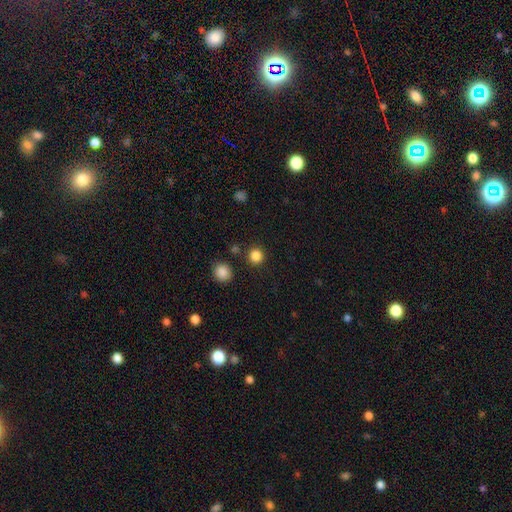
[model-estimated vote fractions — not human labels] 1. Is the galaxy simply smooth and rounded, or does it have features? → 85% smooth, 12% star or artifact, 3% featured or disk.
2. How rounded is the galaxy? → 93% round, 6% in between, 1% cigar-shaped.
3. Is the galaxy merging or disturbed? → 89% none, 5% minor disturbance, 4% merger, 2% major disturbance.